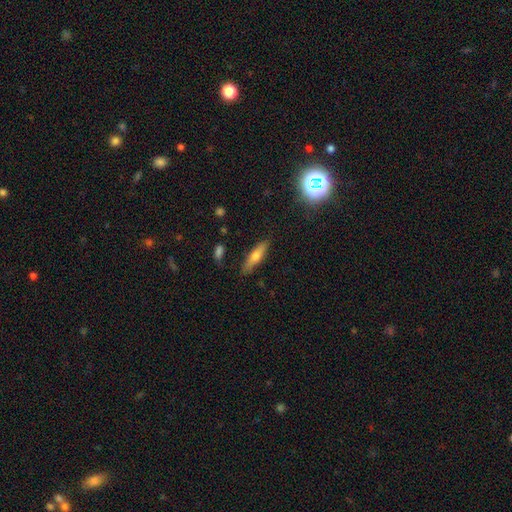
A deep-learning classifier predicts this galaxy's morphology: This is possibly a smooth galaxy (56%). How rounded: likely cigar-shaped (74%). Merging: clearly none (84%).